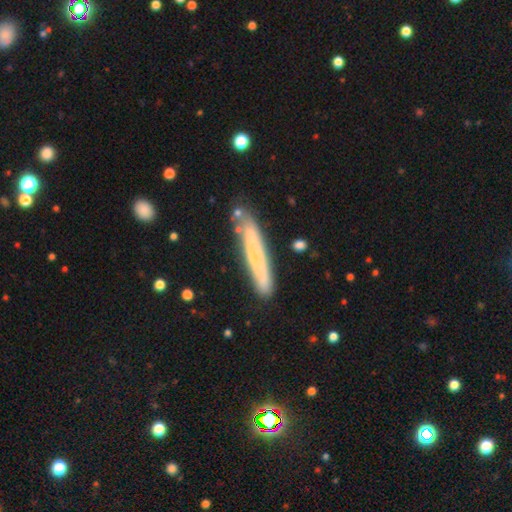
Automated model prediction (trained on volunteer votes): Overall: smooth (55%; featured or disk 38%). How rounded: cigar-shaped (94%). Merging: none (79%).